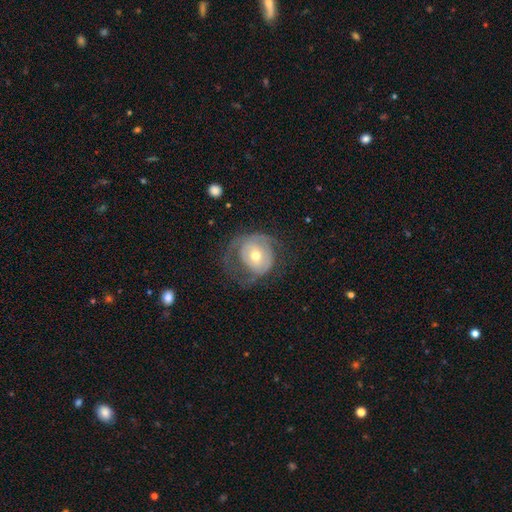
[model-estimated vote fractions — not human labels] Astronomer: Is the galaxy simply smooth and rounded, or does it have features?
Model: featured or disk — 60%.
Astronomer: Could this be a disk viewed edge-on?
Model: no — 96%.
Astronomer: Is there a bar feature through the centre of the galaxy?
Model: no — 67%.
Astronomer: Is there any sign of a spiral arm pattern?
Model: yes — 64%.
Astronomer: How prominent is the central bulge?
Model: moderate — 61%.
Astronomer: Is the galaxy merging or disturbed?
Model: none — 44% (runner-up: major disturbance, 32%).